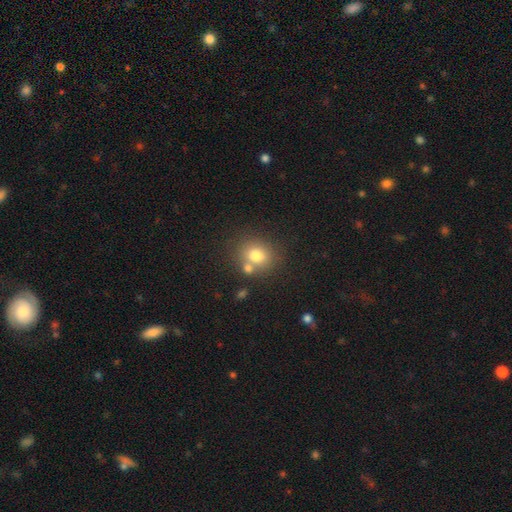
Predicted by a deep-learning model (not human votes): A smooth galaxy with no disk features (76%) that is round (73%). Merging: none (62%).